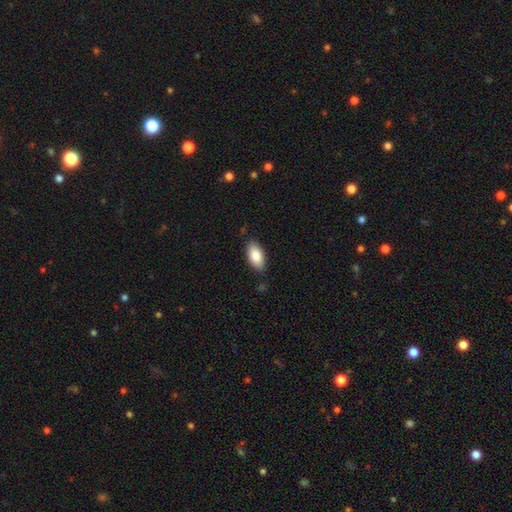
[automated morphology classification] A smooth galaxy with no disk features (84%) that is in between round and cigar-shaped (93%). Merging: none (84%).